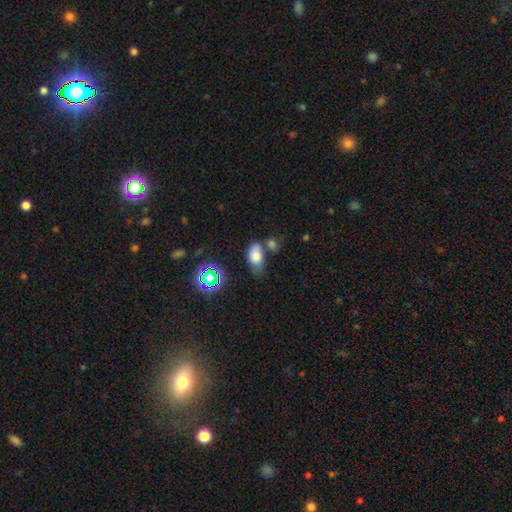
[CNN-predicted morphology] Smooth or featured: smooth — 74% (star or artifact — 15%)
How rounded: in between — 89% (round — 9%)
Merging: none — 45% (merger — 24%)